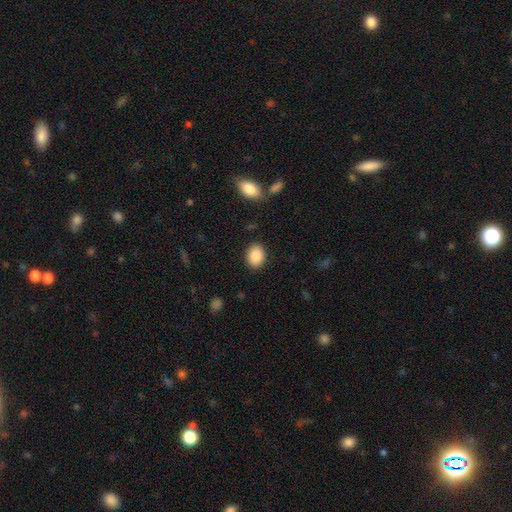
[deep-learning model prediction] A smooth galaxy with no disk features (87%) that is in between round and cigar-shaped (68%). Merging: none (88%).